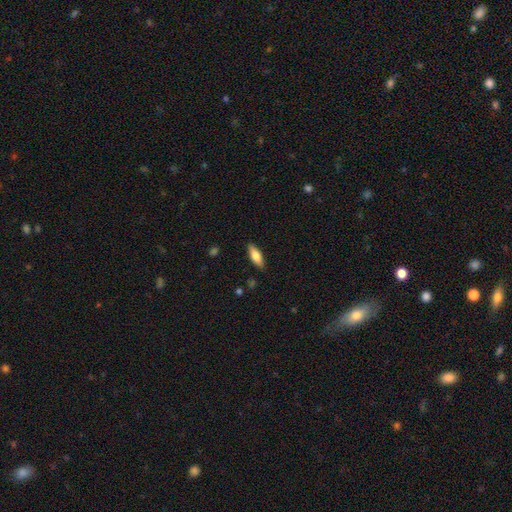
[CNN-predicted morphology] Q: Smooth or featured?
A: smooth (75%); runner-up: featured or disk (19%)
Q: How rounded?
A: in between (61%); runner-up: cigar-shaped (37%)
Q: Merging?
A: none (87%); runner-up: minor disturbance (10%)